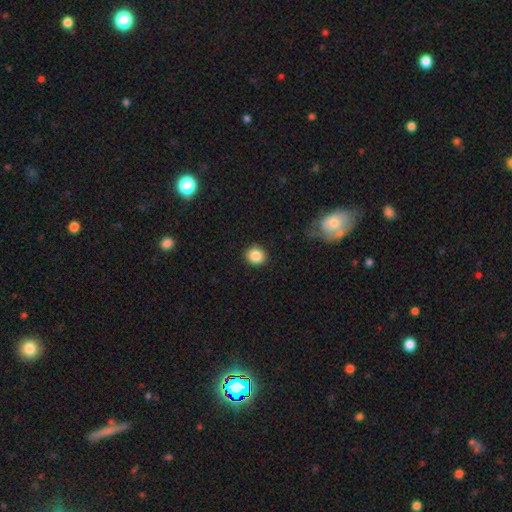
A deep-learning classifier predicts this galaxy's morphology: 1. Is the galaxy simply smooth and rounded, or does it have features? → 86% smooth, 10% star or artifact, 4% featured or disk.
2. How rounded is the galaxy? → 82% round, 17% in between, 1% cigar-shaped.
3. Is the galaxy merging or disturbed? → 90% none, 7% minor disturbance, 2% major disturbance, 1% merger.